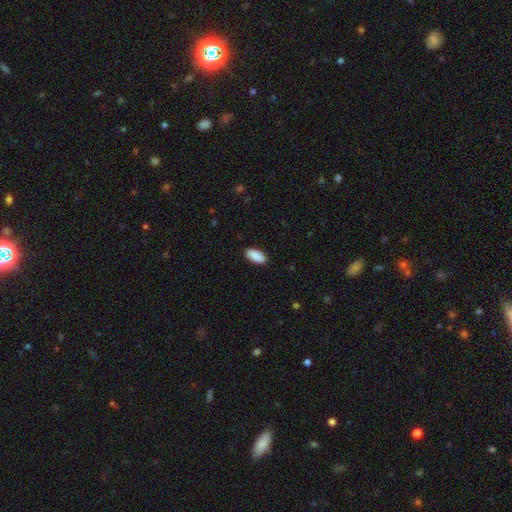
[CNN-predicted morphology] The model was most divided on "merging": none: 89%, minor disturbance: 8%, major disturbance: 2%, merger: 1%. More confident: smooth or featured — smooth (91%); how rounded — in between (91%).